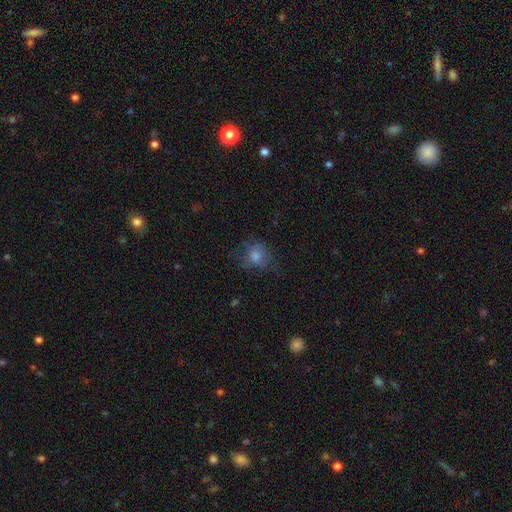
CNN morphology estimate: Smooth or featured: smooth — 63% (featured or disk — 21%)
How rounded: round — 73% (in between — 26%)
Merging: none — 61% (minor disturbance — 22%)